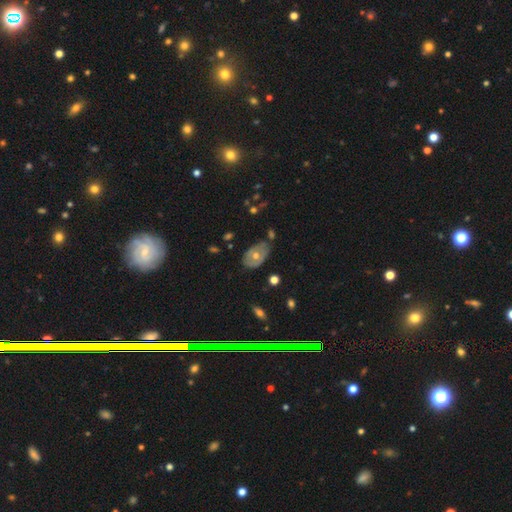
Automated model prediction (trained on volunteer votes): A featured or disk galaxy (50%). Merging: none (58%).